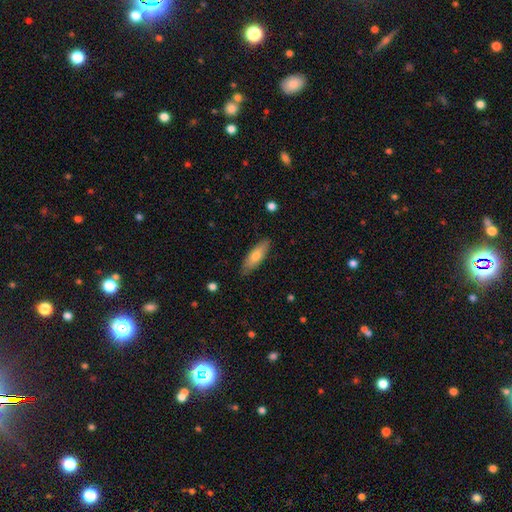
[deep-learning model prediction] The model was most divided on "how rounded": in between: 53%, cigar-shaped: 45%, round: 2%. More confident: merging — none (84%); smooth or featured — smooth (68%).